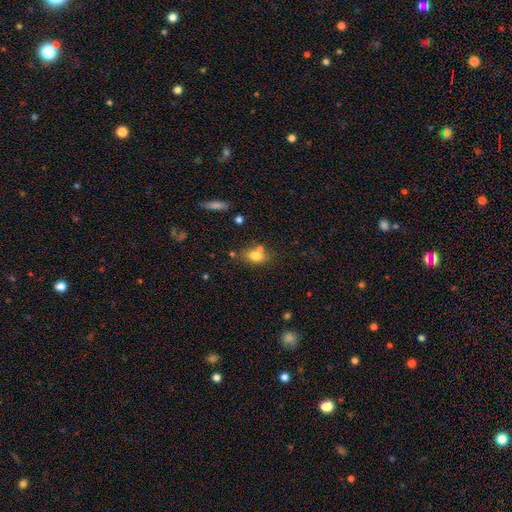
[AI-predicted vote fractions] Smooth or featured: smooth — 76% (featured or disk — 14%)
How rounded: in between — 79% (round — 16%)
Merging: none — 58% (merger — 22%)